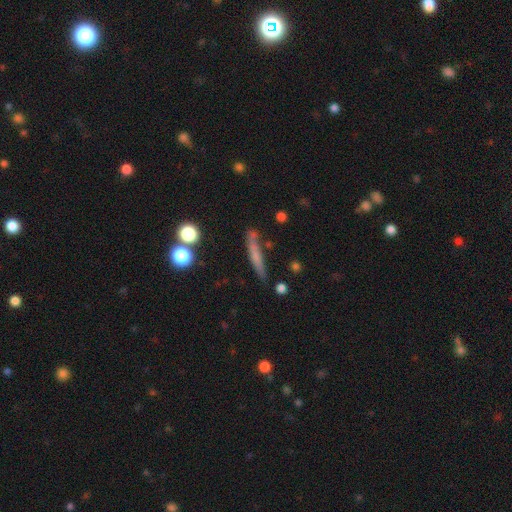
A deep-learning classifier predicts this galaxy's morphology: smooth 60%, featured or disk 31%, star or artifact 9%. Down the decision tree: how rounded — cigar-shaped (91%); merging — none (74%).